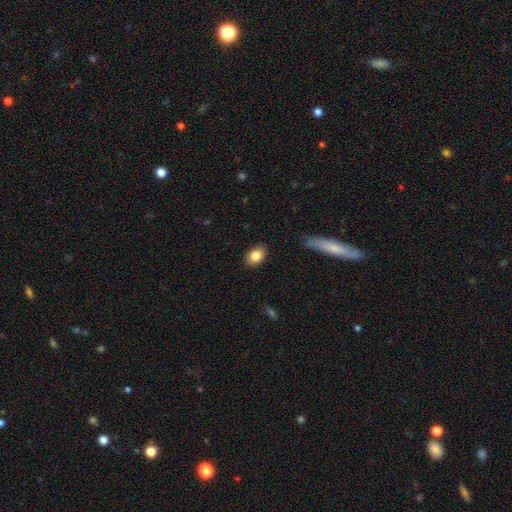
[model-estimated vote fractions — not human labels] Smooth or featured?
  - smooth: 84% *
  - star or artifact: 8%
  - featured or disk: 8%
How rounded?
  - in between: 78% *
  - round: 20%
  - cigar-shaped: 1%
Merging?
  - none: 87% *
  - minor disturbance: 9%
  - major disturbance: 2%
  - merger: 1%